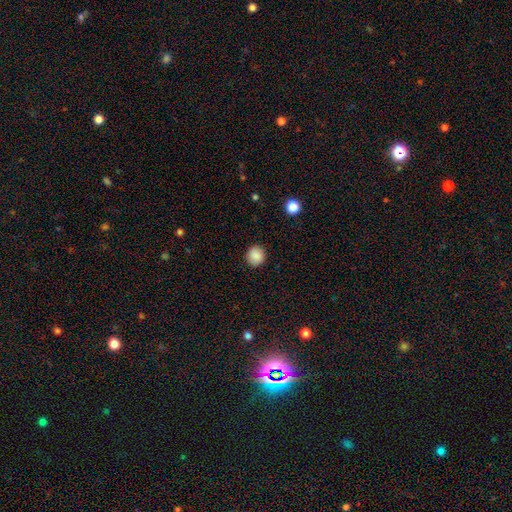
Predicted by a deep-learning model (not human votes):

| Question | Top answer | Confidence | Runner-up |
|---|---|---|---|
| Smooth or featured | smooth | 88% | star or artifact (9%) |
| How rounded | round | 87% | in between (12%) |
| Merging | none | 90% | minor disturbance (7%) |